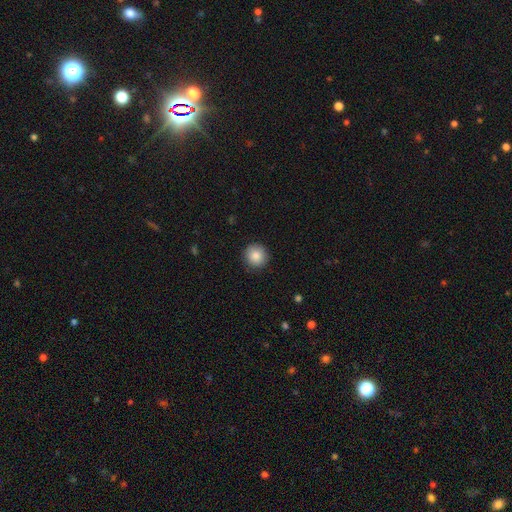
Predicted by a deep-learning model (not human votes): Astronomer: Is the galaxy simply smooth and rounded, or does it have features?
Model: smooth — 87%.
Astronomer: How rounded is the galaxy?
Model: round — 94%.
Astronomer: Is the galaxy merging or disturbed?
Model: none — 90%.